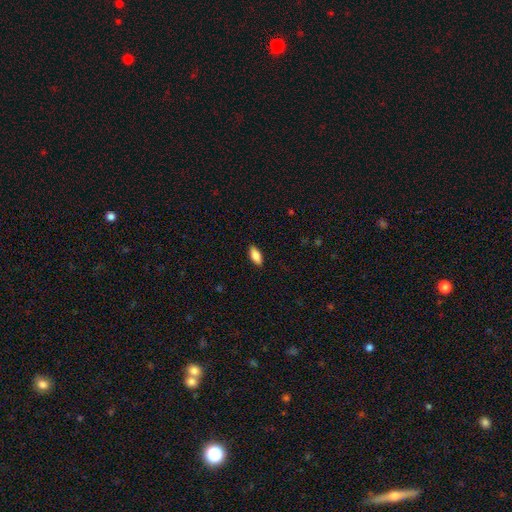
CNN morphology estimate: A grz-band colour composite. It shows a smooth galaxy with no disk features (84%) that is in between round and cigar-shaped (83%). Merging: none (88%).